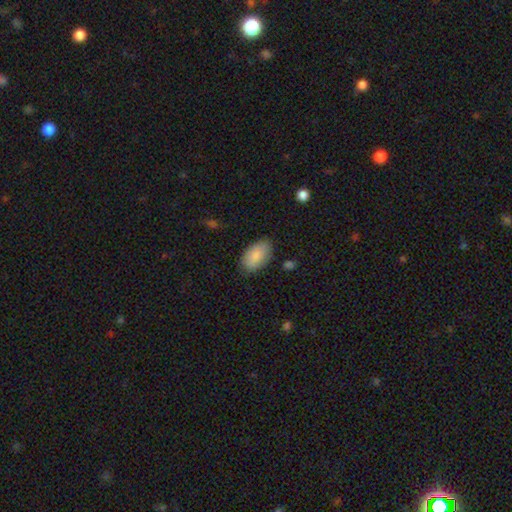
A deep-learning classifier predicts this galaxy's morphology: This appears to be a smooth galaxy with no disk features (86%) that is in between round and cigar-shaped (94%). Merging: none (81%).